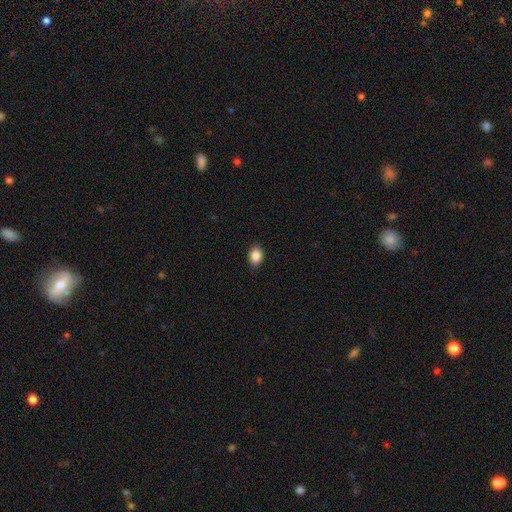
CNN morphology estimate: A smooth galaxy with no disk features (87%) that is in between round and cigar-shaped (78%). Merging: none (87%).